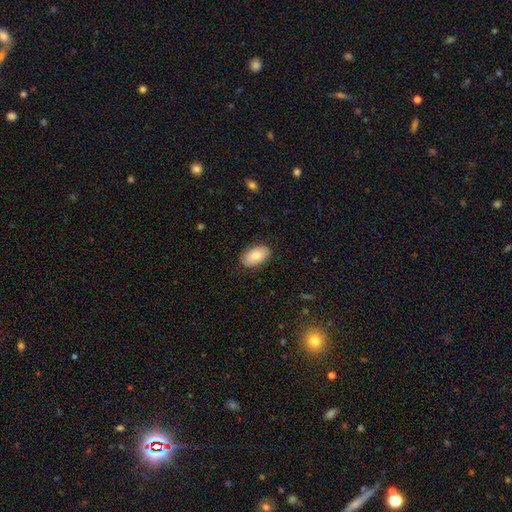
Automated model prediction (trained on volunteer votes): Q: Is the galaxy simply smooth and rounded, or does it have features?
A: smooth — 79%.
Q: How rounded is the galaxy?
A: in between — 94%.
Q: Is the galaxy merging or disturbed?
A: none — 85%.